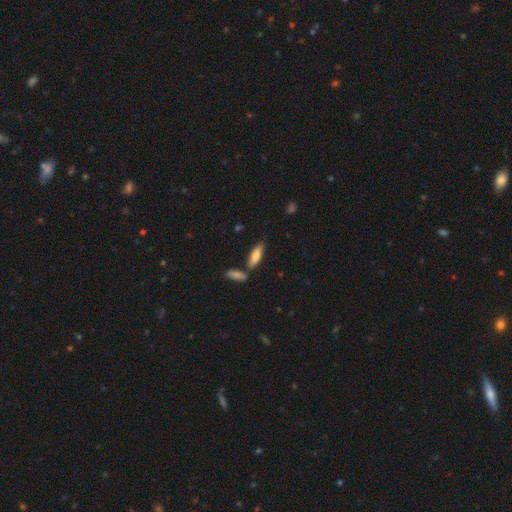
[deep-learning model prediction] Smooth or featured: smooth — 80% (featured or disk — 14%)
How rounded: in between — 54% (cigar-shaped — 44%)
Merging: none — 66% (merger — 16%)